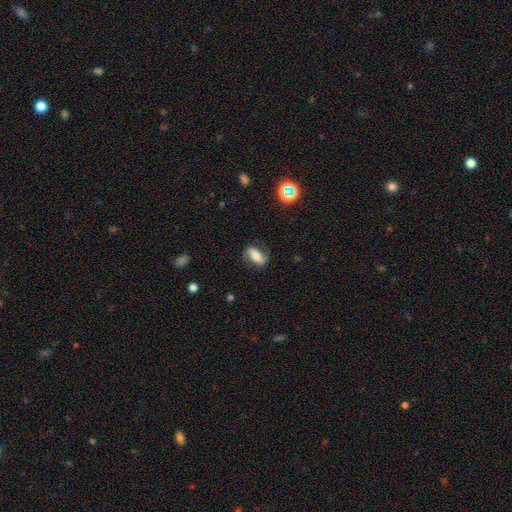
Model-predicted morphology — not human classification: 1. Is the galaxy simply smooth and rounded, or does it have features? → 48% smooth, 43% featured or disk, 9% star or artifact.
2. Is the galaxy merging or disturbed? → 73% none, 18% minor disturbance, 8% major disturbance, 1% merger.